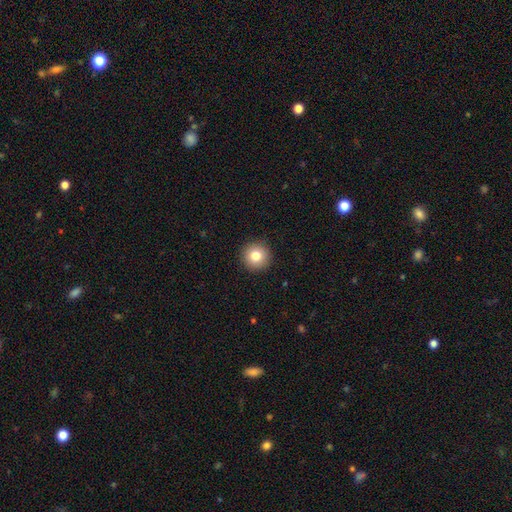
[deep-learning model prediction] smooth_or_featured: smooth (p=0.81) [alt: star or artifact p=0.10]
how_rounded: round (p=0.96) [alt: in between p=0.03]
merging: none (p=0.93) [alt: minor disturbance p=0.04]